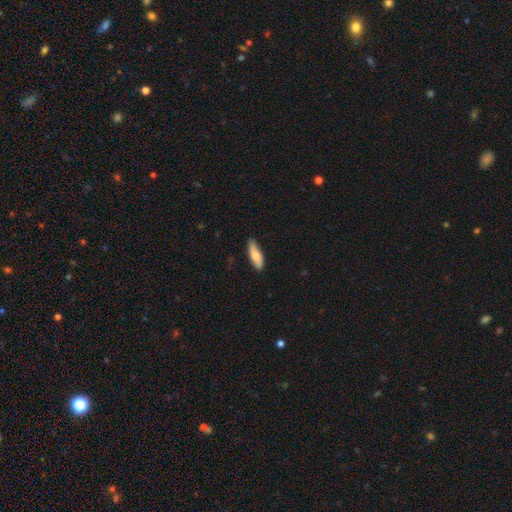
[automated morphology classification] Smooth or featured? Predicted: smooth (p=0.67). How rounded? Predicted: in between (p=0.54). Merging? Predicted: none (p=0.86).